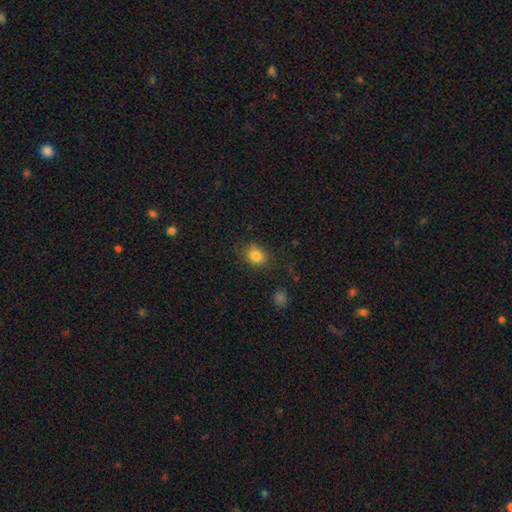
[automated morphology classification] This is clearly a smooth galaxy (83%). How rounded: possibly round (51%). Merging: likely none (77%).